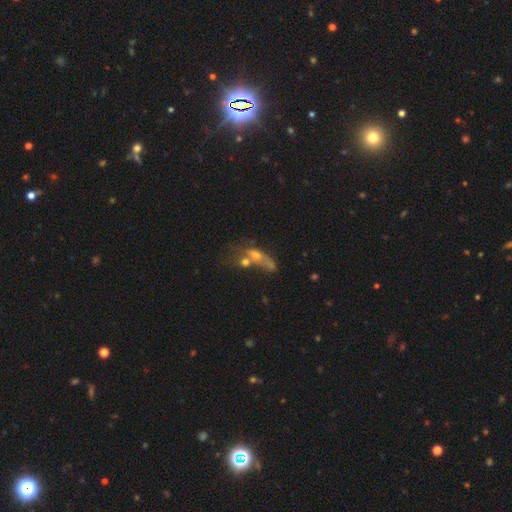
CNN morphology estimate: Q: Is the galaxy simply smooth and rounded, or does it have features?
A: featured or disk — 41%.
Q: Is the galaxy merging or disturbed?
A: merger — 51%.